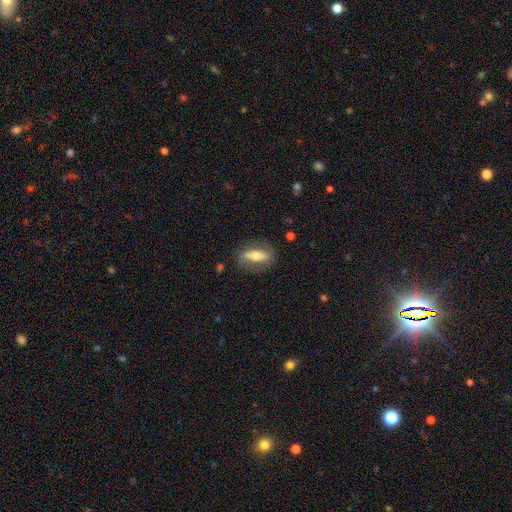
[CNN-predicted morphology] featured or disk 54%, smooth 40%, star or artifact 6%. Down the decision tree: edge-on disk — no (75%); merging — none (77%).